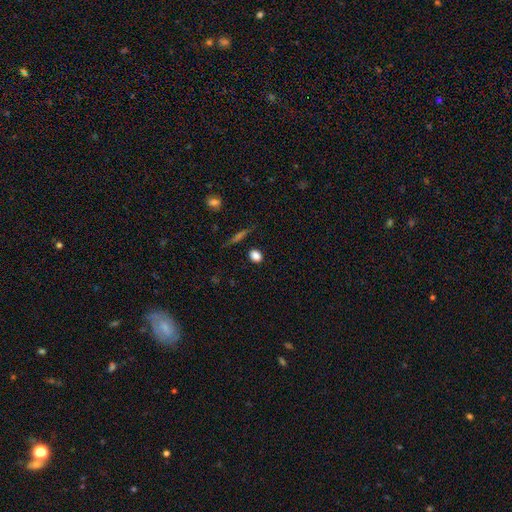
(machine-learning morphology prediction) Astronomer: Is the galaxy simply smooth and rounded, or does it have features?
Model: smooth — 82%.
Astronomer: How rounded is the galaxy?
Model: round — 55% (runner-up: in between, 42%).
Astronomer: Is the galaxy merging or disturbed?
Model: none — 86%.